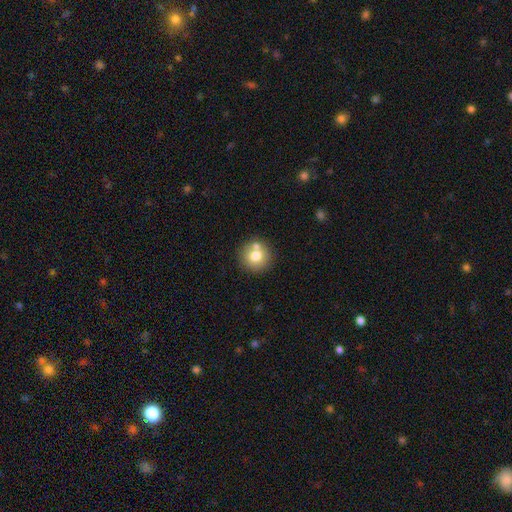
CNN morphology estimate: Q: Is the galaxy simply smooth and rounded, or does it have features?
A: smooth — 74%.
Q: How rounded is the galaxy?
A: round — 93%.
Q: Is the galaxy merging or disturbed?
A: none — 72%.